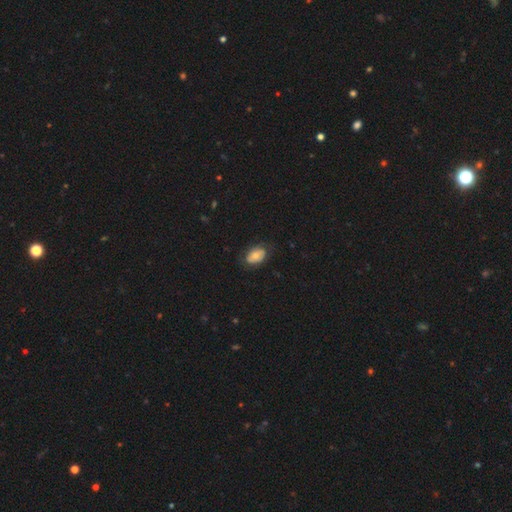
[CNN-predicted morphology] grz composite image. It shows a smooth galaxy with no disk features (60%) that is in between round and cigar-shaped (84%). Merging: none (72%).